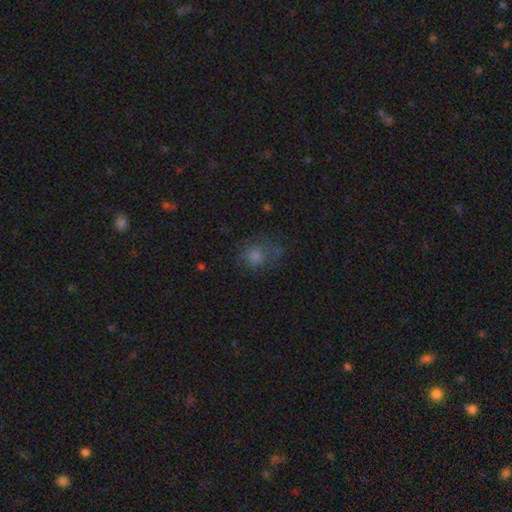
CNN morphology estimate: smooth 64%, star or artifact 23%, featured or disk 14%. Down the decision tree: how rounded — round (72%); merging — none (58%).